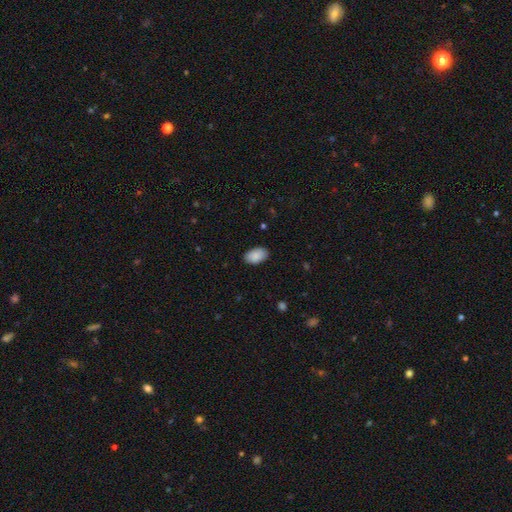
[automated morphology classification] A smooth galaxy with no disk features (89%) that is in between round and cigar-shaped (93%). Merging: none (87%).